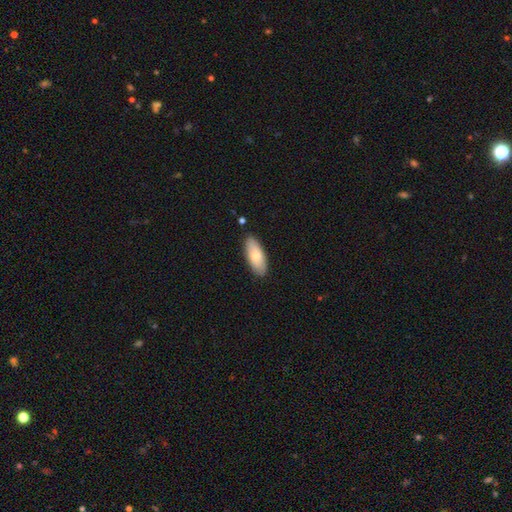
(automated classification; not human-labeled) This appears to be a smooth galaxy with no disk features (75%) that is in between round and cigar-shaped (82%). Merging: none (85%).